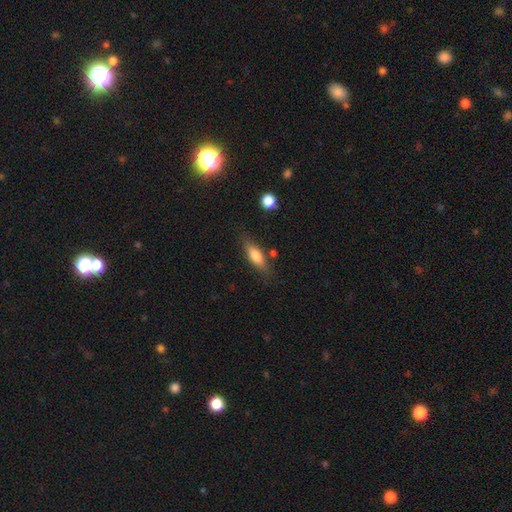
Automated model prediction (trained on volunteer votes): Smooth or featured: smooth — 71% (featured or disk — 22%)
How rounded: in between — 57% (cigar-shaped — 40%)
Merging: none — 75% (minor disturbance — 16%)